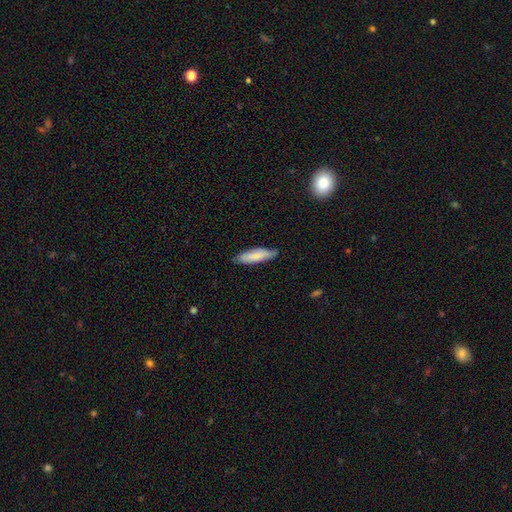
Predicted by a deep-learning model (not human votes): Smooth or featured? Predicted: smooth (p=0.77). How rounded? Predicted: cigar-shaped (p=0.61). Merging? Predicted: none (p=0.79).